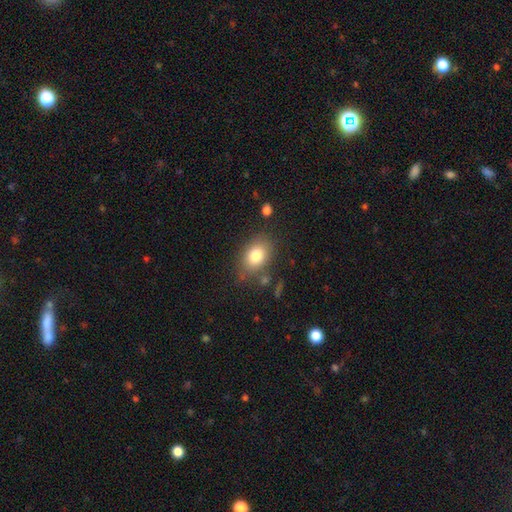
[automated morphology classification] The model was most divided on "how rounded": in between: 74%, round: 25%, cigar-shaped: 1%. More confident: smooth or featured — smooth (81%); merging — none (77%).